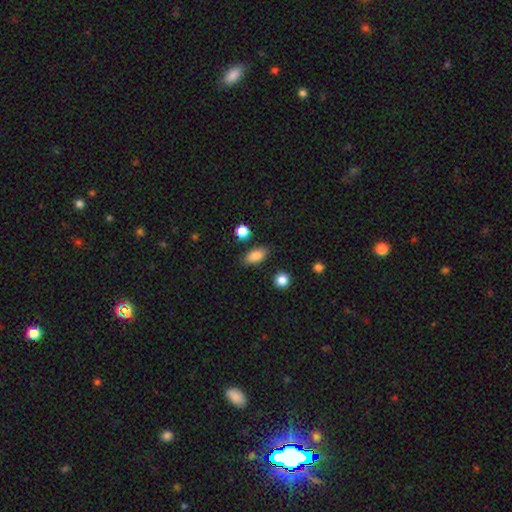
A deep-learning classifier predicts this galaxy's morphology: Smooth or featured? Predicted: smooth (p=0.85). How rounded? Predicted: in between (p=0.85). Merging? Predicted: none (p=0.83).